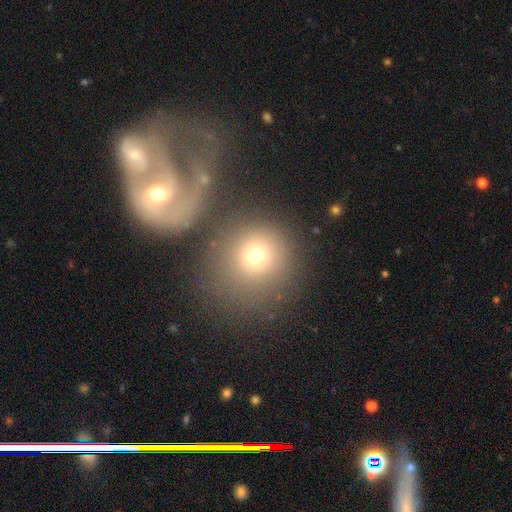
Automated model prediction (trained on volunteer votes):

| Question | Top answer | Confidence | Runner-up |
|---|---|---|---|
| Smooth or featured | smooth | 64% | featured or disk (25%) |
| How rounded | round | 85% | in between (14%) |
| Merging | none | 54% | merger (26%) |